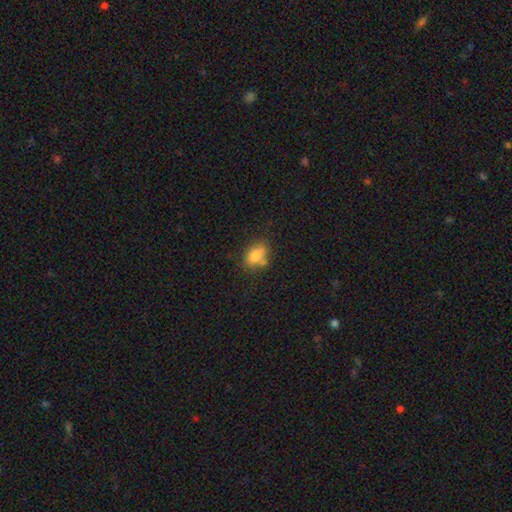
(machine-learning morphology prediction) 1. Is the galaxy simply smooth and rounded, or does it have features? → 78% smooth, 13% featured or disk, 9% star or artifact.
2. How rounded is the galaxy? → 79% in between, 18% round, 3% cigar-shaped.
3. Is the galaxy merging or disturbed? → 60% none, 19% minor disturbance, 16% merger, 5% major disturbance.